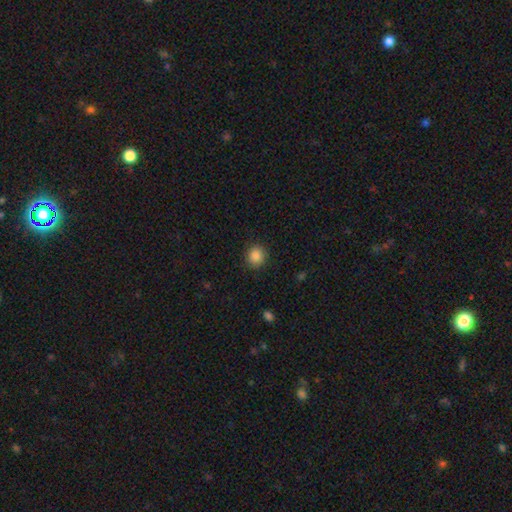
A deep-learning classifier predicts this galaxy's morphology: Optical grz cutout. It shows a smooth galaxy with no disk features (87%) that is round (88%). Merging: none (90%).